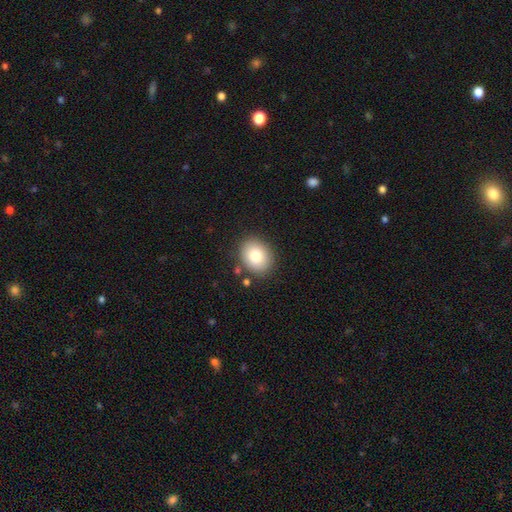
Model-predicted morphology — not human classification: This is likely a smooth galaxy (79%). How rounded: possibly round (54%). Merging: clearly none (85%).